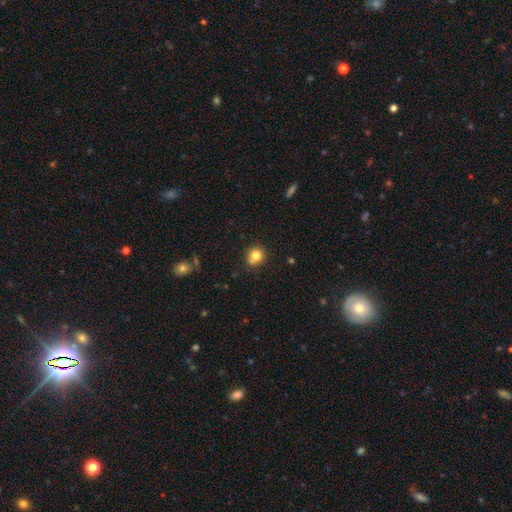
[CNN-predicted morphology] smooth 80%, star or artifact 11%, featured or disk 9%. Down the decision tree: how rounded — round (74%); merging — none (62%).